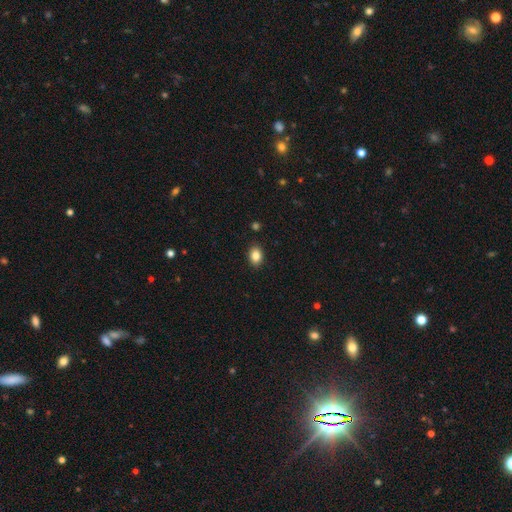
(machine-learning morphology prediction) This appears to be a smooth galaxy with no disk features (85%) that is in between round and cigar-shaped (75%). Merging: none (88%).